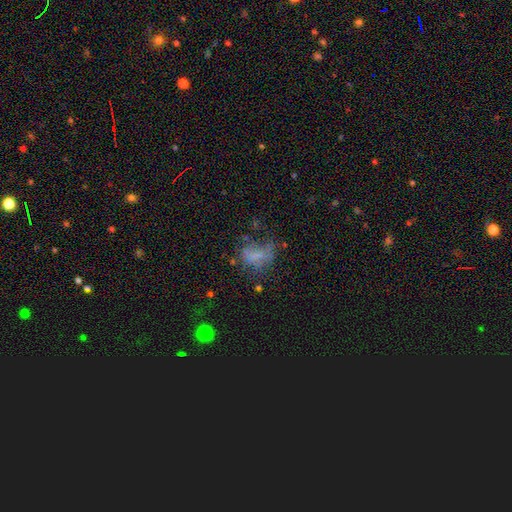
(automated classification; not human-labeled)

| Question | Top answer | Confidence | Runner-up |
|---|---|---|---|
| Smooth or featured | smooth | 48% | featured or disk (33%) |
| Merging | major disturbance | 36% | none (34%) |